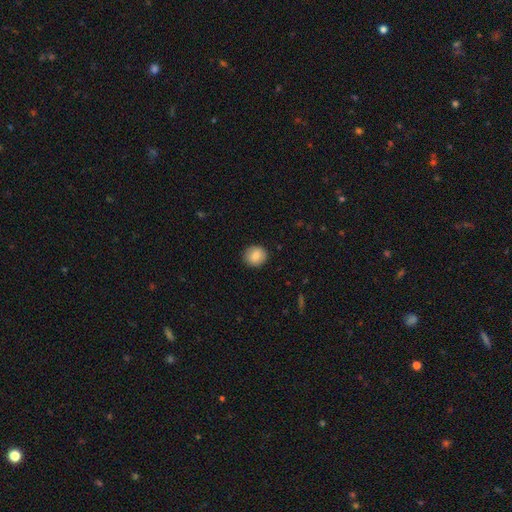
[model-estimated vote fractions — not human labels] Q: Smooth or featured?
A: smooth (86%); runner-up: star or artifact (8%)
Q: How rounded?
A: round (84%); runner-up: in between (15%)
Q: Merging?
A: none (90%); runner-up: minor disturbance (7%)